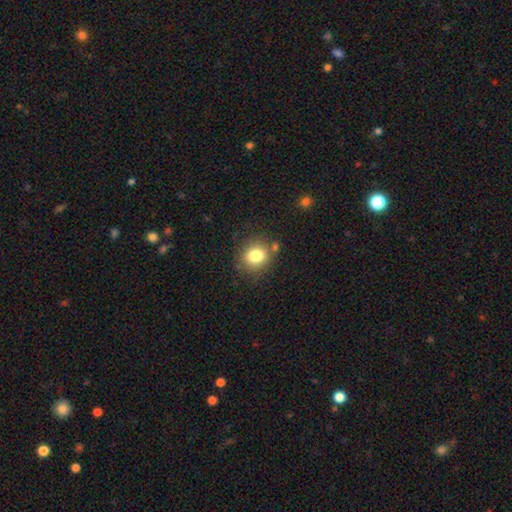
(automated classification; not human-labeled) A smooth galaxy with no disk features (80%) that is round (78%).

Vote fractions:
- Smooth or featured? smooth: 80% / star or artifact: 11% / featured or disk: 9%
- How rounded? round: 78% / in between: 21% / cigar-shaped: 1%
- Merging? none: 79% / minor disturbance: 11% / merger: 6% / major disturbance: 4%